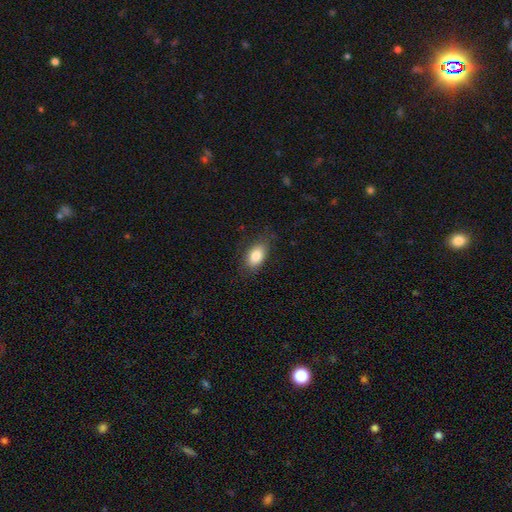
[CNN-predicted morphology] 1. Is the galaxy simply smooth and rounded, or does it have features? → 83% smooth, 10% featured or disk, 7% star or artifact.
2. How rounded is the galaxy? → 90% in between, 7% round, 3% cigar-shaped.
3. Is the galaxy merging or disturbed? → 79% none, 15% minor disturbance, 4% major disturbance, 1% merger.